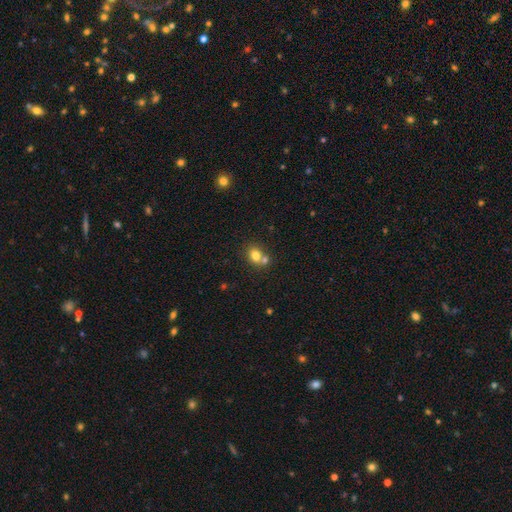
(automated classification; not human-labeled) A smooth galaxy with no disk features (78%) that is round (57%). Merging: none (49%).